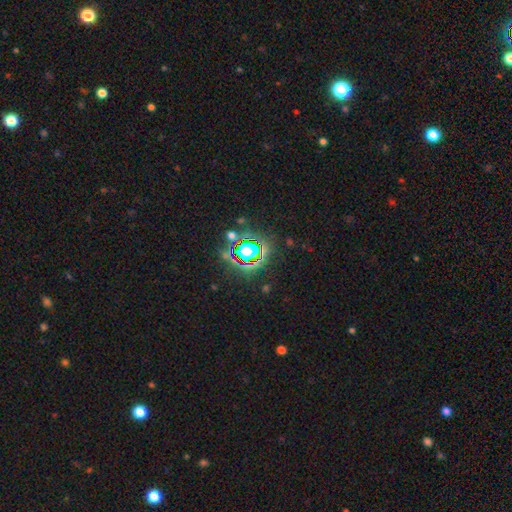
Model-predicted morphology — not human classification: star or artifact 66%, smooth 22%, featured or disk 12%.